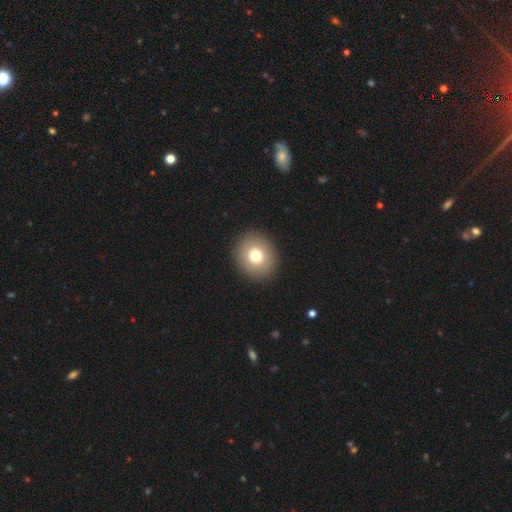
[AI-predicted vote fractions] A smooth galaxy with no disk features (75%) that is round (81%). Merging: none (91%).